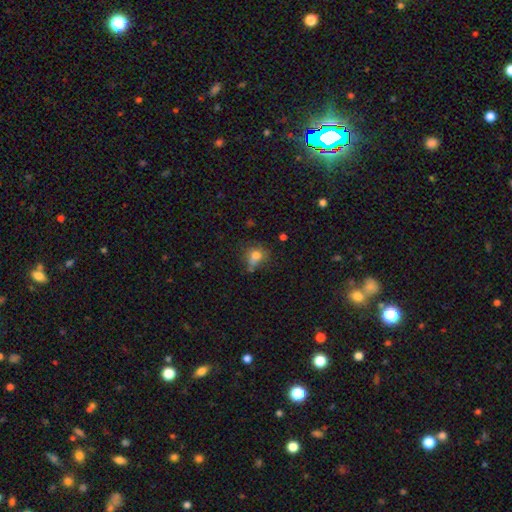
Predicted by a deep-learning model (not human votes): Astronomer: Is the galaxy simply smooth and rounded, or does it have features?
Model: smooth — 75%.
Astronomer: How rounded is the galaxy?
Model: round — 50% (runner-up: in between, 48%).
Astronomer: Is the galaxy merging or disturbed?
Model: none — 42% (runner-up: minor disturbance, 29%).